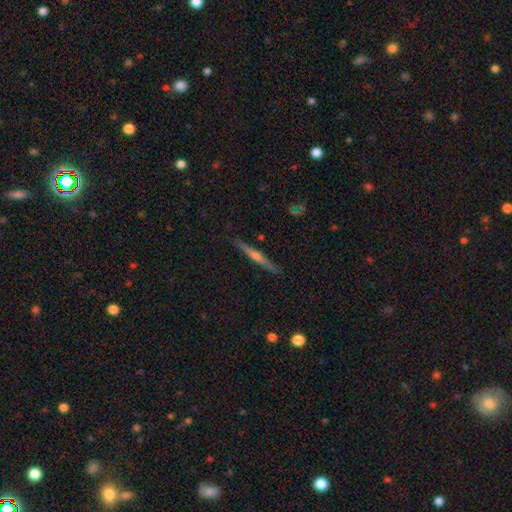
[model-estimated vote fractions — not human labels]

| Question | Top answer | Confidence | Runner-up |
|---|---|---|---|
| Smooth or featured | featured or disk | 74% | smooth (20%) |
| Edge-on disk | yes | 98% | no (2%) |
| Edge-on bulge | rounded | 77% | none (15%) |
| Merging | none | 90% | minor disturbance (7%) |